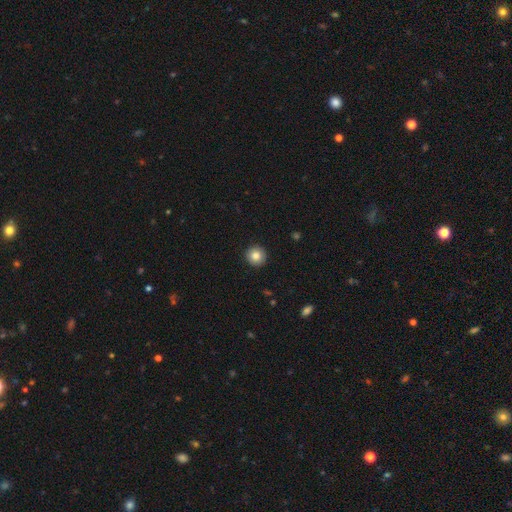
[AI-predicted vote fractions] Smooth or featured?
  - smooth: 84% *
  - star or artifact: 9%
  - featured or disk: 7%
How rounded?
  - round: 95% *
  - in between: 4%
  - cigar-shaped: 1%
Merging?
  - none: 93% *
  - minor disturbance: 5%
  - major disturbance: 2%
  - merger: 1%